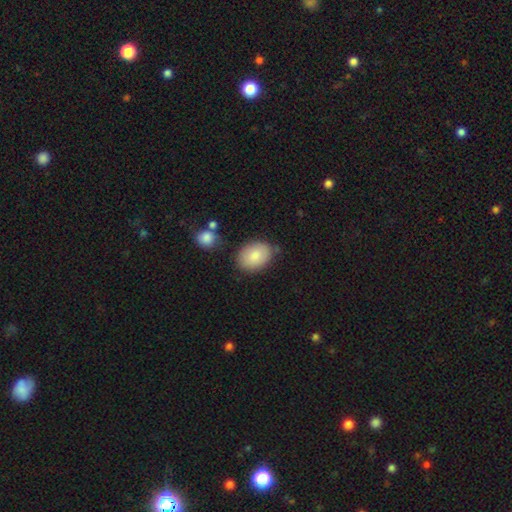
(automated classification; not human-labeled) The model was most divided on "how rounded": in between: 73%, round: 26%, cigar-shaped: 1%. More confident: smooth or featured — smooth (84%); merging — none (74%).